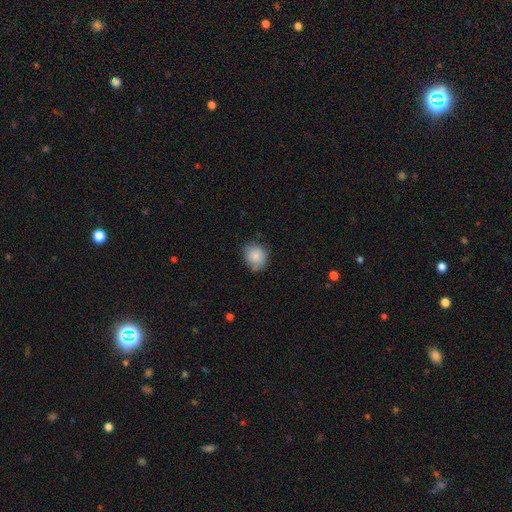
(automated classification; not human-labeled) Smooth or featured? smooth (84%)
How rounded? round (70%)
Merging? none (69%)